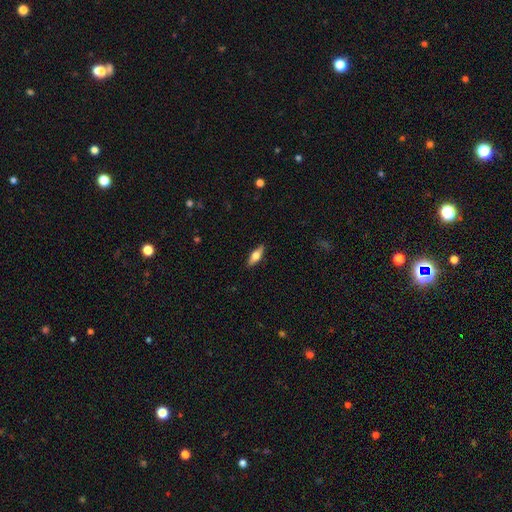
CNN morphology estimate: Smooth or featured?
  - smooth: 53% *
  - featured or disk: 41%
  - star or artifact: 6%
How rounded?
  - in between: 60% *
  - cigar-shaped: 37%
  - round: 3%
Merging?
  - none: 89% *
  - minor disturbance: 8%
  - major disturbance: 2%
  - merger: 1%